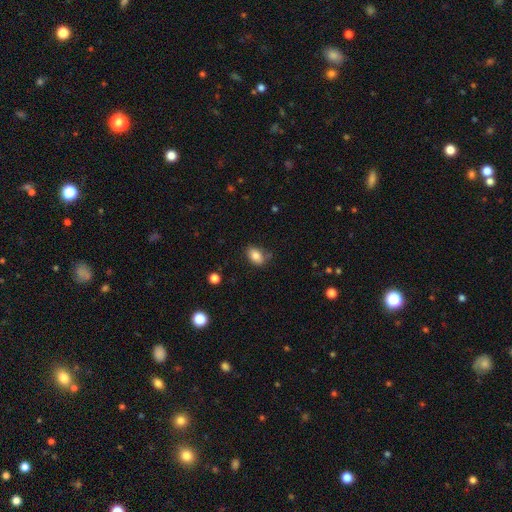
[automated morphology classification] Smooth or featured: smooth — 83% (star or artifact — 9%)
How rounded: in between — 85% (round — 13%)
Merging: none — 73% (minor disturbance — 19%)